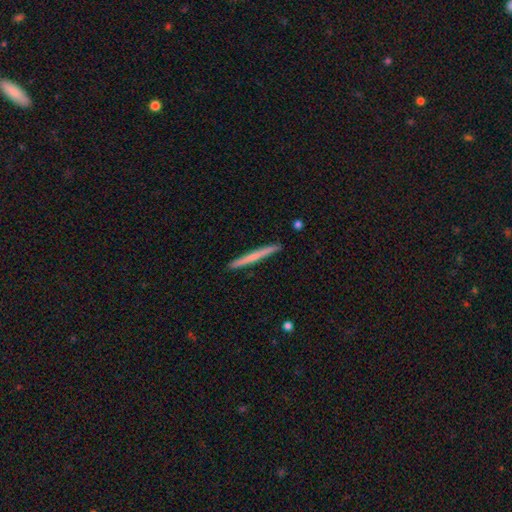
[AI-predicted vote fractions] smooth-or-featured: smooth: 58% | featured or disk: 37% | star or artifact: 5%
  how-rounded: cigar-shaped: 97% | in between: 2% | round: 1%
  merging: none: 92% | minor disturbance: 6% | major disturbance: 1% | merger: 1%